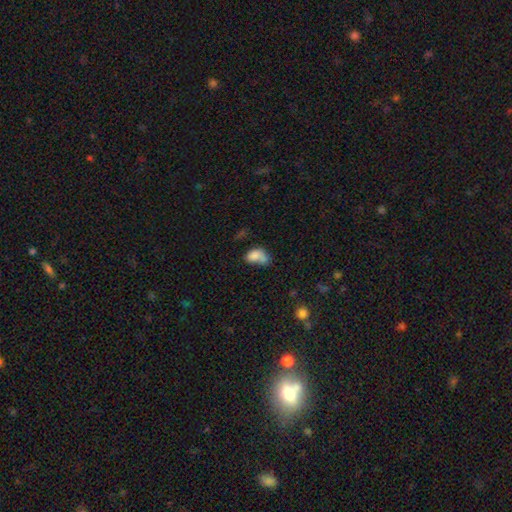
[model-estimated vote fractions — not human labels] This appears to be a smooth galaxy with no disk features (77%) that is in between round and cigar-shaped (83%). Merging: merger (42%).